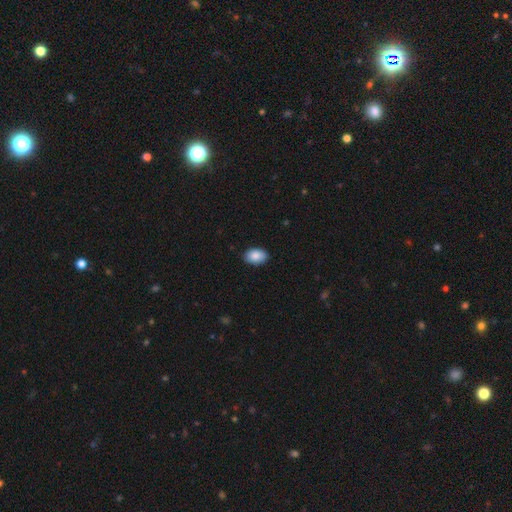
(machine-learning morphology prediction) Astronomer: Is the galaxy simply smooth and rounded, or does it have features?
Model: smooth — 88%.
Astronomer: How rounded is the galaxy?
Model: in between — 89%.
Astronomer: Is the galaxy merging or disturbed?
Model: none — 89%.